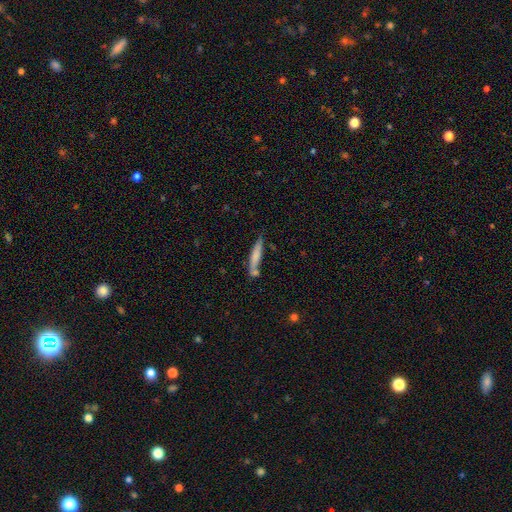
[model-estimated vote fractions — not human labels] smooth 67%, featured or disk 27%, star or artifact 6%. Down the decision tree: how rounded — cigar-shaped (89%); merging — none (61%).